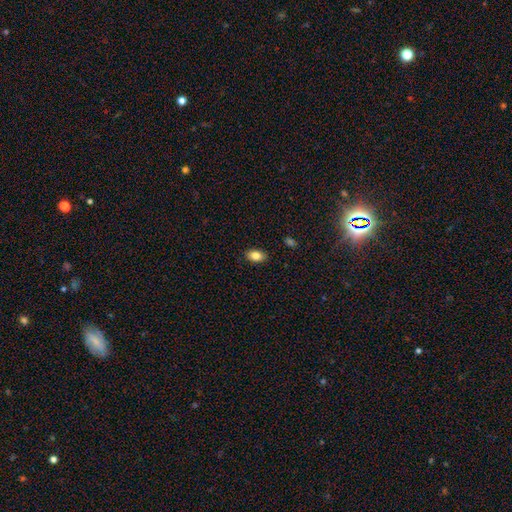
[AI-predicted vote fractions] This appears to be a smooth galaxy with no disk features (83%) that is in between round and cigar-shaped (89%). Merging: none (88%).